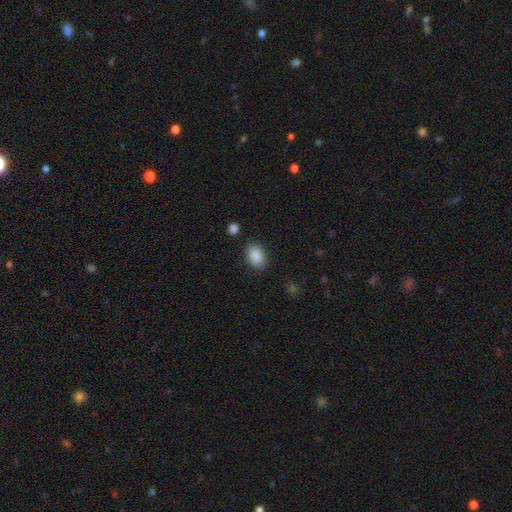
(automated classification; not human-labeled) smooth-or-featured: smooth: 89% | star or artifact: 7% | featured or disk: 4%
  how-rounded: in between: 85% | round: 13% | cigar-shaped: 1%
  merging: none: 85% | minor disturbance: 10% | major disturbance: 3% | merger: 2%